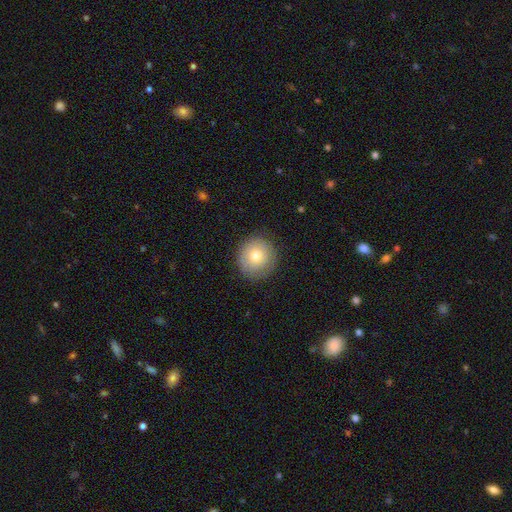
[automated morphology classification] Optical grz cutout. It shows a smooth galaxy with no disk features (73%) that is round (93%). Merging: none (86%).